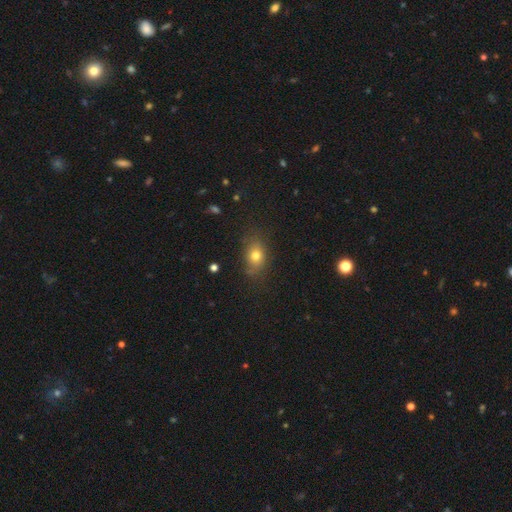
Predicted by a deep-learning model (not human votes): This appears to be a smooth galaxy with no disk features (76%) that is in between round and cigar-shaped (67%). Merging: none (77%).